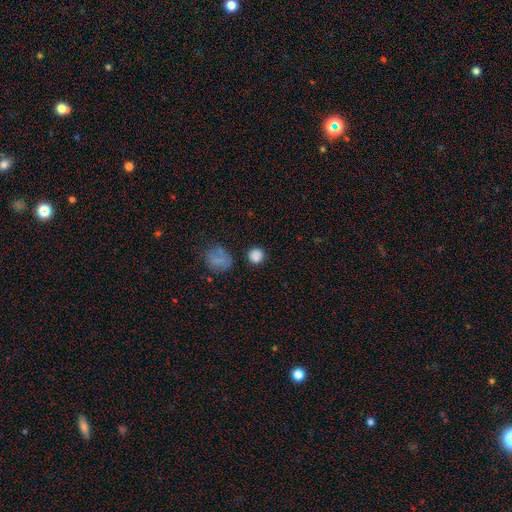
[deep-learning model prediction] A smooth galaxy with no disk features (82%) that is round (91%).

Vote fractions:
- Smooth or featured? smooth: 82% / star or artifact: 13% / featured or disk: 5%
- How rounded? round: 91% / in between: 8% / cigar-shaped: 1%
- Merging? none: 82% / minor disturbance: 10% / merger: 4% / major disturbance: 4%